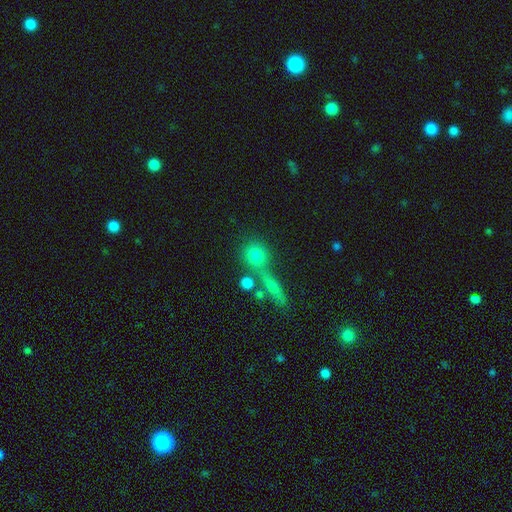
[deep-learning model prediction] Smooth or featured?
  - smooth: 74% *
  - featured or disk: 13%
  - star or artifact: 12%
How rounded?
  - round: 79% *
  - in between: 15%
  - cigar-shaped: 6%
Merging?
  - none: 61% *
  - merger: 24%
  - minor disturbance: 10%
  - major disturbance: 5%